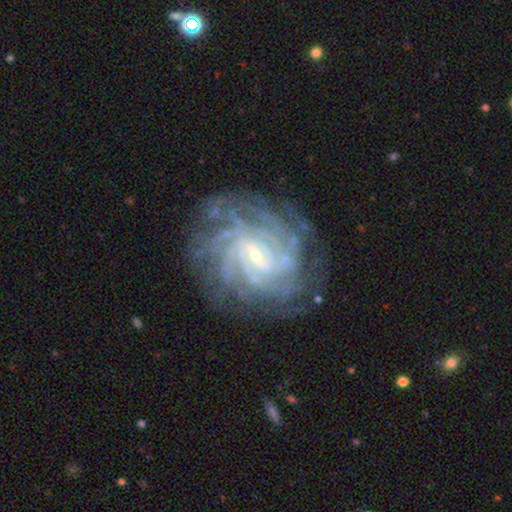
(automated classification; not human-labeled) A featured or disk galaxy (91%) with a weak bar (54%), more than 4 (27%) tight (77%) spiral arms (98%) and a small central bulge (78%).

Vote fractions:
- Smooth or featured? featured or disk: 91% / star or artifact: 5% / smooth: 4%
- Edge-on disk? no: 98% / yes: 2%
- Bar? weak: 54% / no: 25% / strong: 21%
- Spiral arms? yes: 98% / no: 2%
- Spiral winding? tight: 77% / medium: 20% / loose: 3%
- Spiral arm count? more than 4: 27% / 4: 26% / can't tell: 22% / 3: 10% / 2: 8% / 1: 7%
- Bulge size? small: 78% / moderate: 18% / none: 2% / large: 1% / dominant: 1%
- Merging? none: 79% / minor disturbance: 13% / major disturbance: 6% / merger: 1%